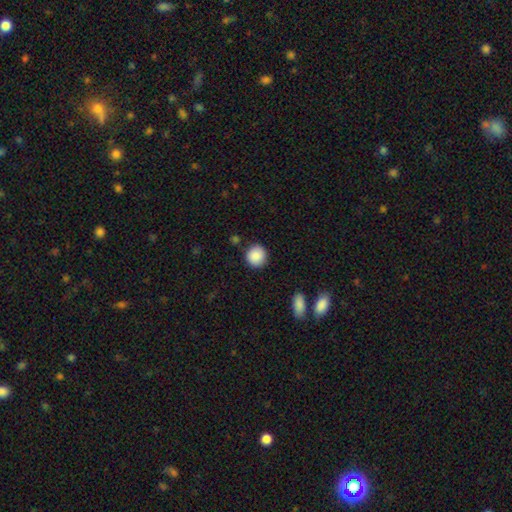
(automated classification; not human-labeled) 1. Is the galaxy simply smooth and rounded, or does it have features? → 89% smooth, 8% star or artifact, 3% featured or disk.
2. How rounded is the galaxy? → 91% round, 8% in between, 1% cigar-shaped.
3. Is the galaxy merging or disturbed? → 87% none, 9% minor disturbance, 2% major disturbance, 2% merger.